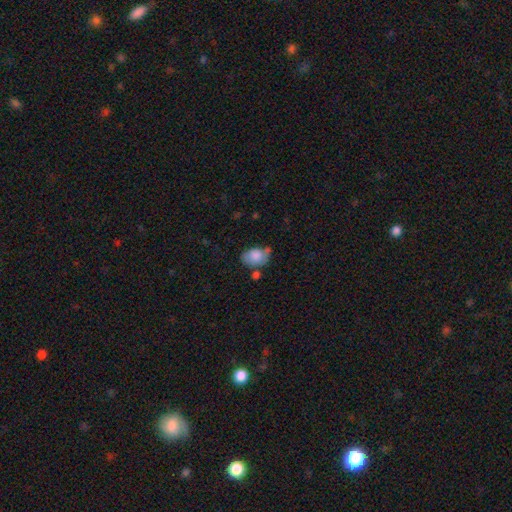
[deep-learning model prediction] A smooth galaxy with no disk features (79%) that is in between round and cigar-shaped (82%). Merging: none (46%).